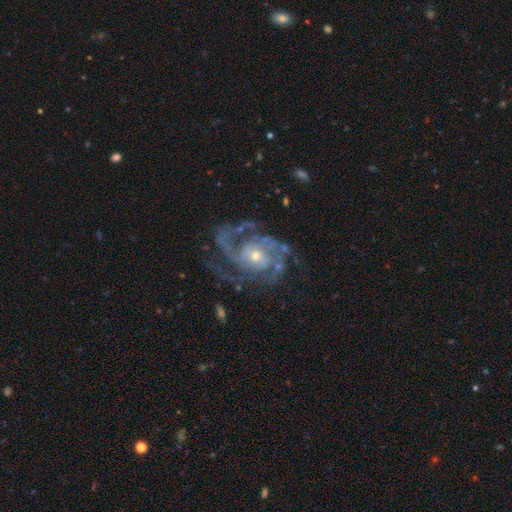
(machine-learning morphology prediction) Smooth or featured?
  - featured or disk: 91% *
  - star or artifact: 6%
  - smooth: 4%
Edge-on disk?
  - no: 98% *
  - yes: 2%
Bar?
  - no: 67% *
  - weak: 25%
  - strong: 7%
Spiral arms?
  - yes: 97% *
  - no: 3%
Spiral winding?
  - medium: 48% *
  - tight: 38%
  - loose: 14%
Spiral arm count?
  - 2: 35% *
  - 3: 29%
  - can't tell: 15%
  - 4: 9%
  - 1: 7%
  - more than 4: 6%
Bulge size?
  - small: 59% *
  - moderate: 37%
  - large: 2%
  - none: 1%
  - dominant: 1%
Merging?
  - none: 61% *
  - major disturbance: 19%
  - minor disturbance: 18%
  - merger: 2%